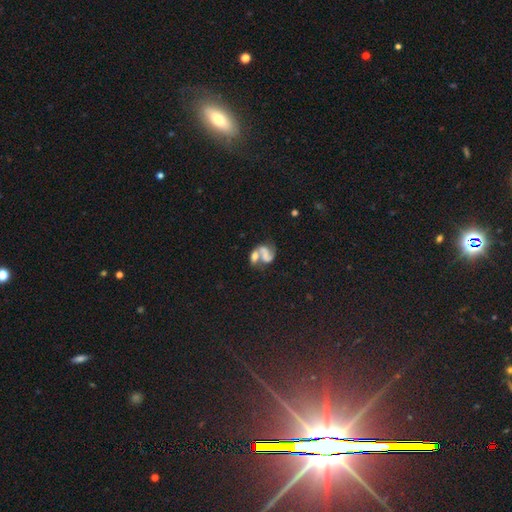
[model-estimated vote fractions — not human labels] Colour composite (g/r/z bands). It shows a featured or disk galaxy (54%) with no bar (59%), spiral arms (68%) and no central bulge (43%). Merging: merger (56%).